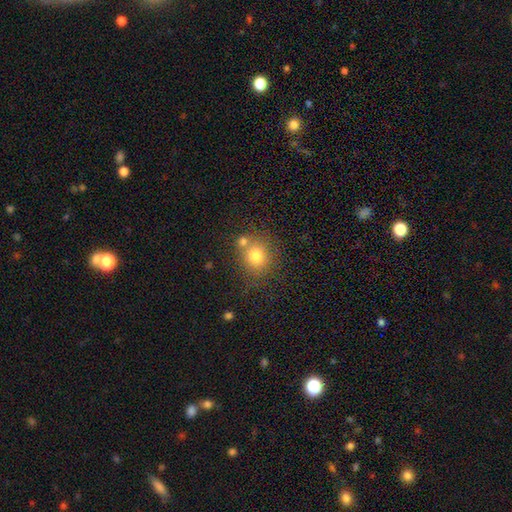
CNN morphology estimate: A smooth galaxy with no disk features (77%) that is round (79%). Merging: none (62%).